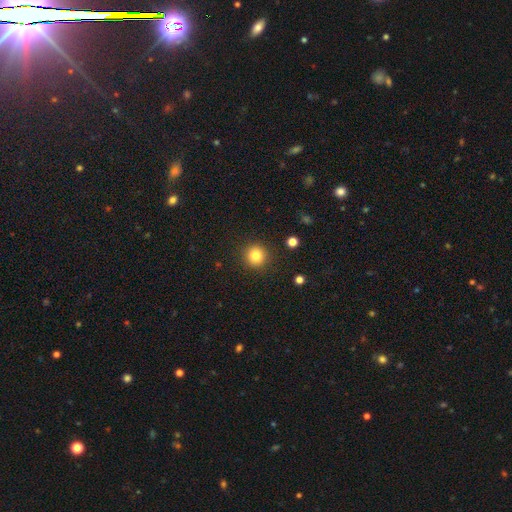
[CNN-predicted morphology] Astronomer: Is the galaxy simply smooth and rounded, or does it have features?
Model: smooth — 83%.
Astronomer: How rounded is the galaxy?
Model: round — 94%.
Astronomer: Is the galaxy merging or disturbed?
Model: none — 91%.